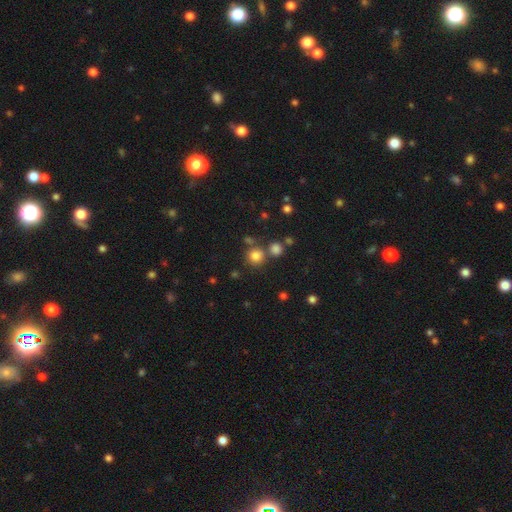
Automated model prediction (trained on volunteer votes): Overall: smooth (79%). How rounded: round (91%). Merging: none (71%).